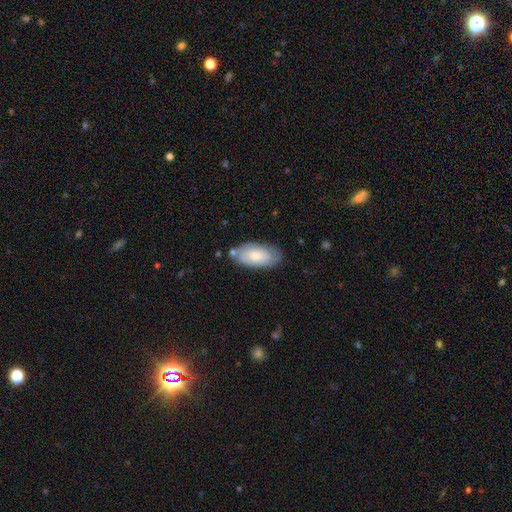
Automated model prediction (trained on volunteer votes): Smooth or featured: smooth — 65% (featured or disk — 29%)
How rounded: in between — 92% (cigar-shaped — 5%)
Merging: none — 68% (minor disturbance — 21%)